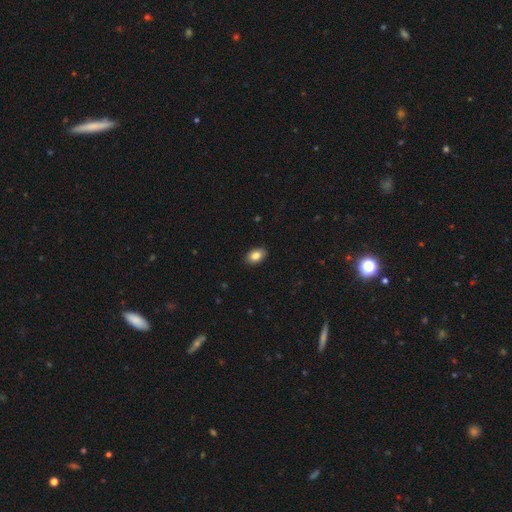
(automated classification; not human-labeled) Morphology: type=smooth (84%); roundness=in between (89%); merging=none (90%).